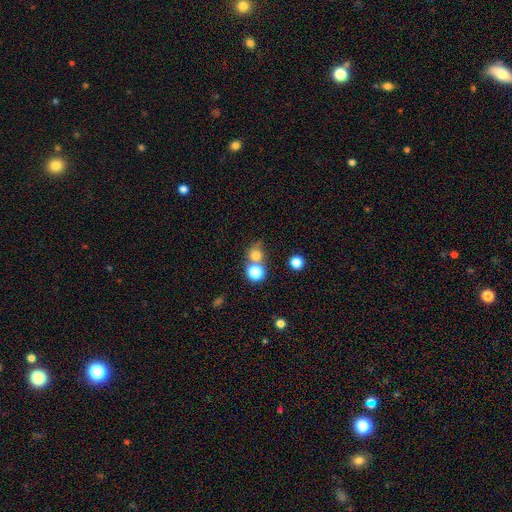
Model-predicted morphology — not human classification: type=smooth (74%); roundness=round (84%); merging=none (54%).